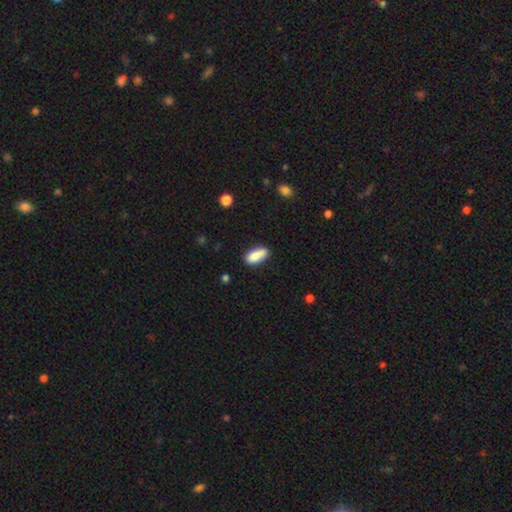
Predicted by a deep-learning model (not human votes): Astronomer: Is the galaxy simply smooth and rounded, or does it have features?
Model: smooth — 84%.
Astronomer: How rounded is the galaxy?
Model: in between — 81%.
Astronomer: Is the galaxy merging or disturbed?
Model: none — 71%.